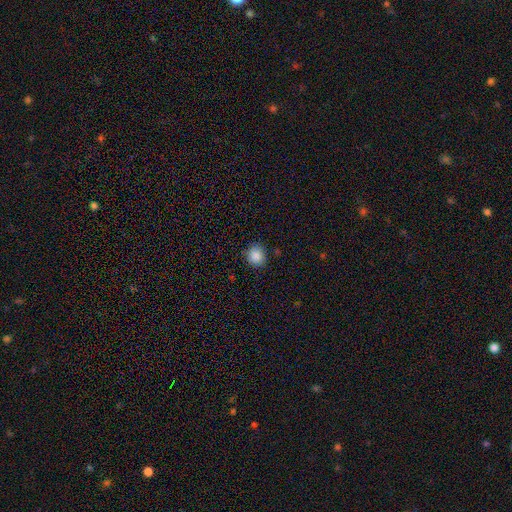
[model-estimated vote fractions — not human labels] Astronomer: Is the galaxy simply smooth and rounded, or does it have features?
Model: smooth — 87%.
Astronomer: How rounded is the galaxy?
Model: round — 81%.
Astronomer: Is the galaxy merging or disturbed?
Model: none — 85%.